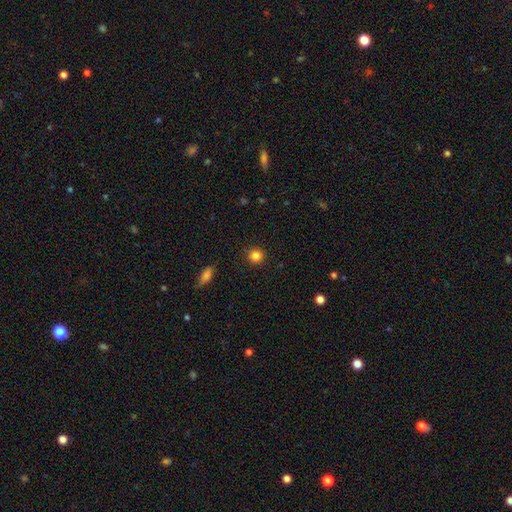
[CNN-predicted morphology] A smooth galaxy with no disk features (85%) that is round (93%). Merging: none (92%).